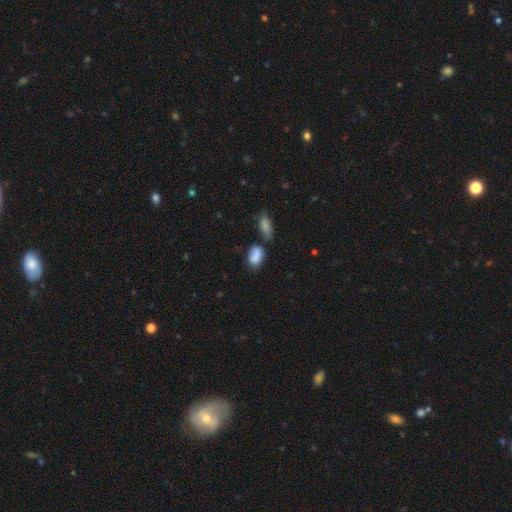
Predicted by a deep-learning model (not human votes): Smooth or featured? Predicted: smooth (p=0.81). How rounded? Predicted: in between (p=0.89). Merging? Predicted: none (p=0.46).